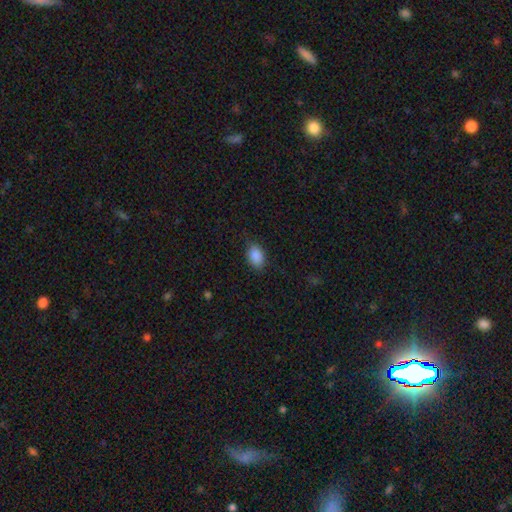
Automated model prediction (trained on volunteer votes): smooth-or-featured: smooth: 89% | star or artifact: 8% | featured or disk: 4%
  how-rounded: in between: 87% | round: 11% | cigar-shaped: 1%
  merging: none: 80% | minor disturbance: 16% | major disturbance: 4% | merger: 1%